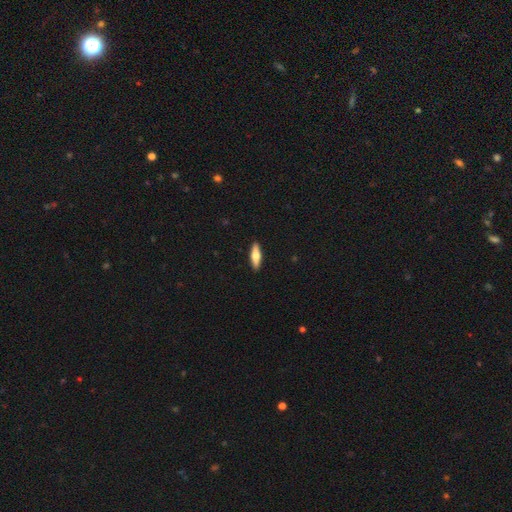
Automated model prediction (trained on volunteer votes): Smooth or featured?
  - smooth: 60% *
  - featured or disk: 35%
  - star or artifact: 5%
How rounded?
  - cigar-shaped: 61% *
  - in between: 37%
  - round: 2%
Merging?
  - none: 91% *
  - minor disturbance: 7%
  - major disturbance: 1%
  - merger: 1%